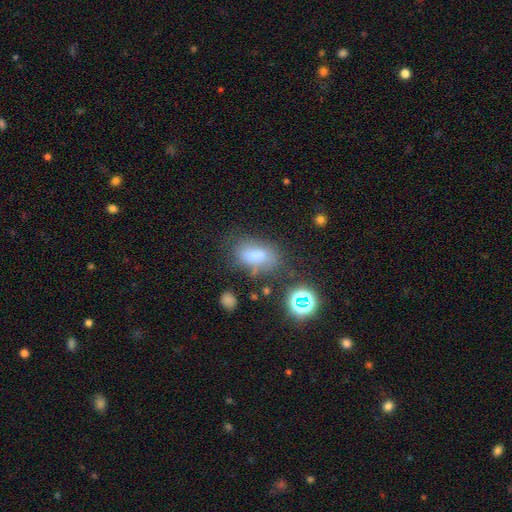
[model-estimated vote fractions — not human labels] A smooth galaxy with no disk features (70%) that is in between round and cigar-shaped (86%).

Vote fractions:
- Smooth or featured? smooth: 70% / star or artifact: 15% / featured or disk: 14%
- How rounded? in between: 86% / round: 10% / cigar-shaped: 4%
- Merging? none: 52% / minor disturbance: 24% / major disturbance: 14% / merger: 9%